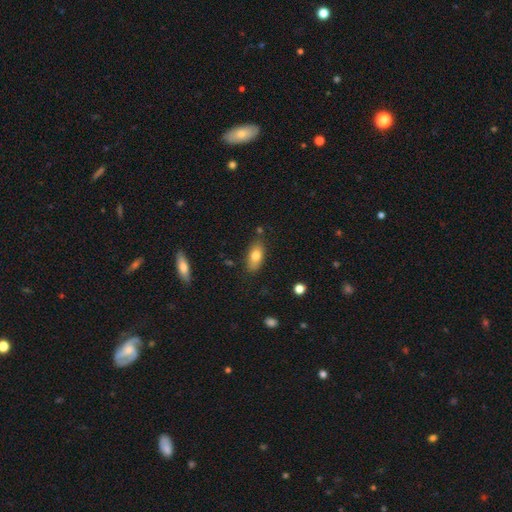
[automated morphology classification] smooth_or_featured: smooth (p=0.76) [alt: featured or disk p=0.16]
how_rounded: in between (p=0.86) [alt: cigar-shaped p=0.10]
merging: none (p=0.80) [alt: minor disturbance p=0.14]